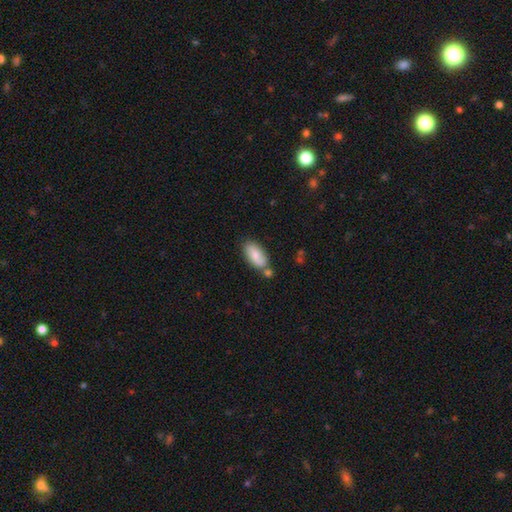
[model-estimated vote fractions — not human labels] A smooth galaxy with no disk features (78%) that is in between round and cigar-shaped (89%). Merging: none (64%).